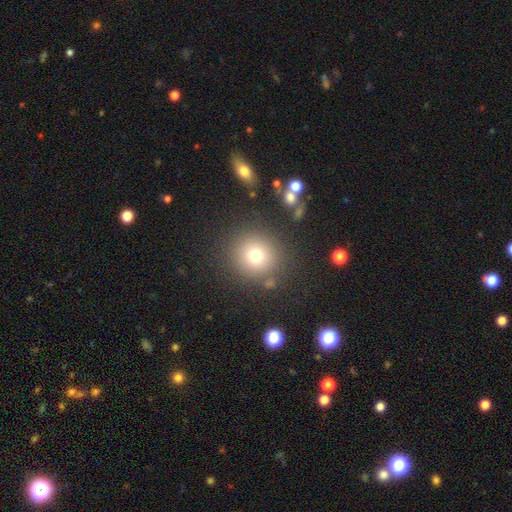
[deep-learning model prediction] Morphology: type=smooth (74%); roundness=round (92%); merging=none (84%).